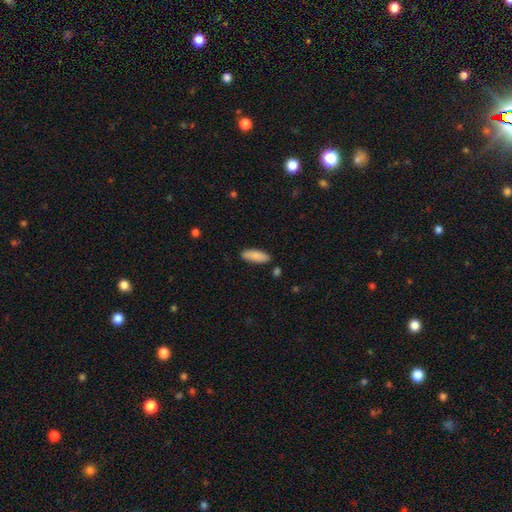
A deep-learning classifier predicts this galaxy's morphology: Overall: smooth (88%). How rounded: in between (65%; cigar-shaped 33%). Merging: none (83%).